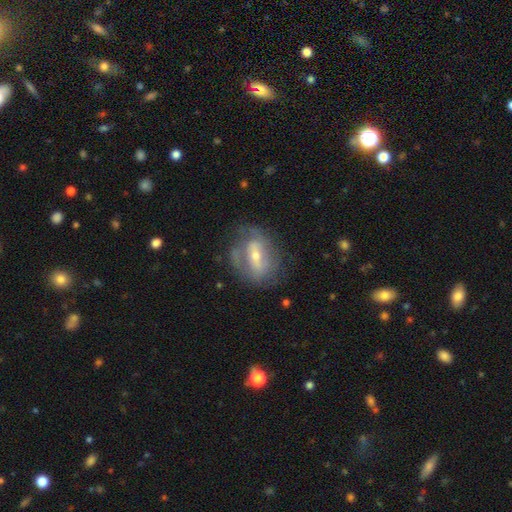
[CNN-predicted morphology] Smooth or featured? Predicted: featured or disk (p=0.69). Edge-on disk? Predicted: no (p=0.89). Bar? Predicted: strong (p=0.44). Spiral arms? Predicted: yes (p=0.59). Bulge size? Predicted: small (p=0.50). Merging? Predicted: none (p=0.62).